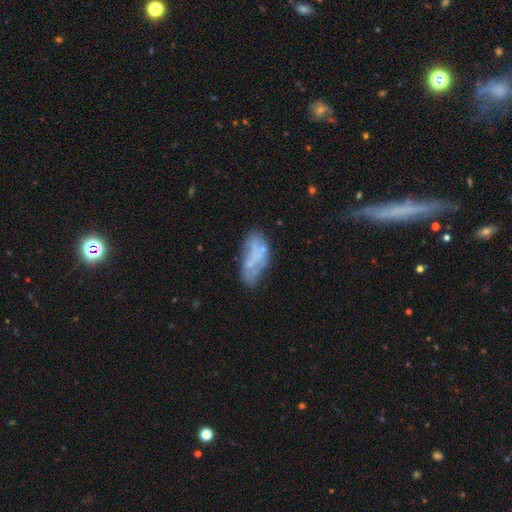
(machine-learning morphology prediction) smooth_or_featured: featured or disk (p=0.50) [alt: smooth p=0.40]
disk_edge_on: no (p=0.95) [alt: yes p=0.05]
merging: none (p=0.45) [alt: minor disturbance p=0.24]